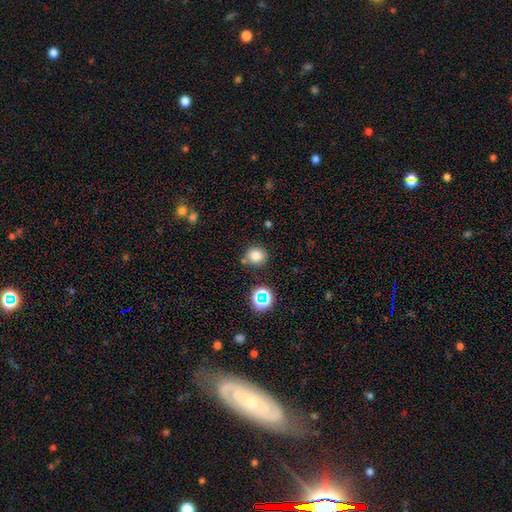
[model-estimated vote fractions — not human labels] Smooth or featured? smooth (78%)
How rounded? round (89%)
Merging? none (77%)